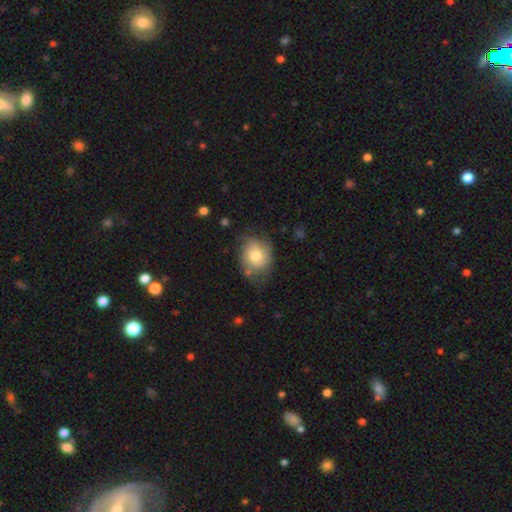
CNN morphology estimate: Smooth or featured?
  - smooth: 72% *
  - featured or disk: 20%
  - star or artifact: 8%
How rounded?
  - round: 59% *
  - in between: 40%
  - cigar-shaped: 1%
Merging?
  - none: 62% *
  - minor disturbance: 27%
  - major disturbance: 9%
  - merger: 3%